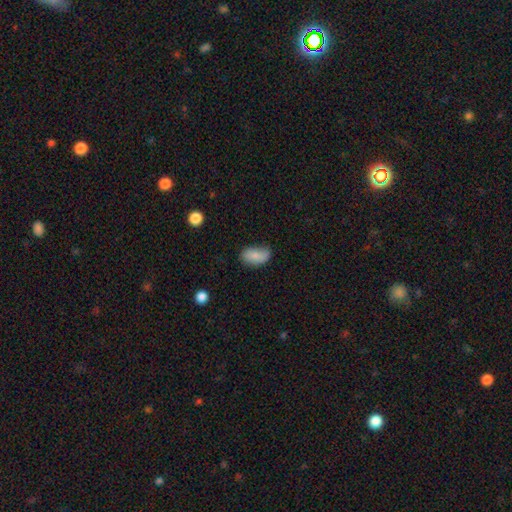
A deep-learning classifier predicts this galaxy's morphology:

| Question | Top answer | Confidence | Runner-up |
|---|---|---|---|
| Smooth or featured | smooth | 82% | featured or disk (10%) |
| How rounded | in between | 92% | round (5%) |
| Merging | none | 67% | minor disturbance (26%) |